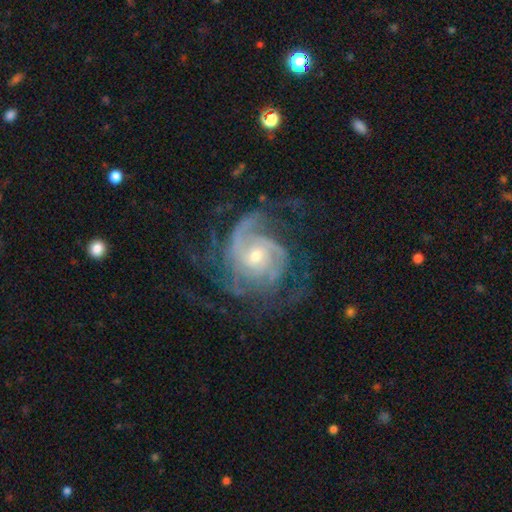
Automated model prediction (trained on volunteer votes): The model was most divided on "spiral arm count": 2: 25%, can't tell: 24%, 3: 23%, 4: 12%, 1: 8%, more than 4: 8%. More confident: edge-on disk — no (98%); spiral arms — yes (97%); smooth or featured — featured or disk (90%); bar — no (67%); merging — none (62%); bulge size — small (56%); spiral winding — tight (53%).